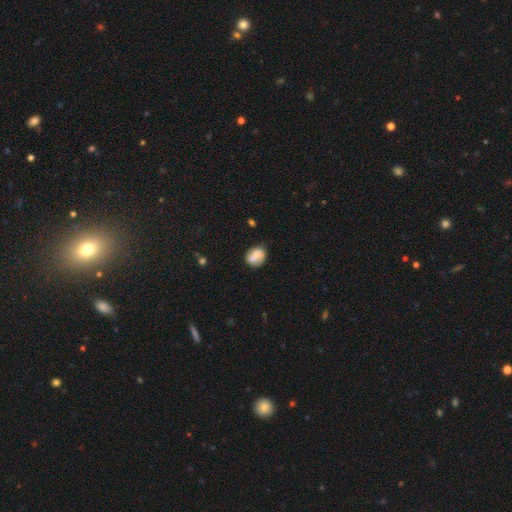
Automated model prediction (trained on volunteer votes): smooth-or-featured: smooth: 55% | featured or disk: 36% | star or artifact: 8%
  how-rounded: round: 55% | in between: 43% | cigar-shaped: 2%
  merging: none: 60% | minor disturbance: 22% | merger: 11% | major disturbance: 8%